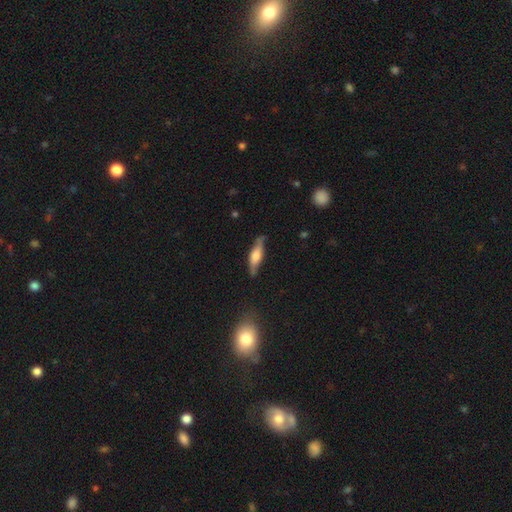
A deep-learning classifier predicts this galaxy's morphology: type=featured or disk (54%); edge-on=yes (87%); merging=none (77%).